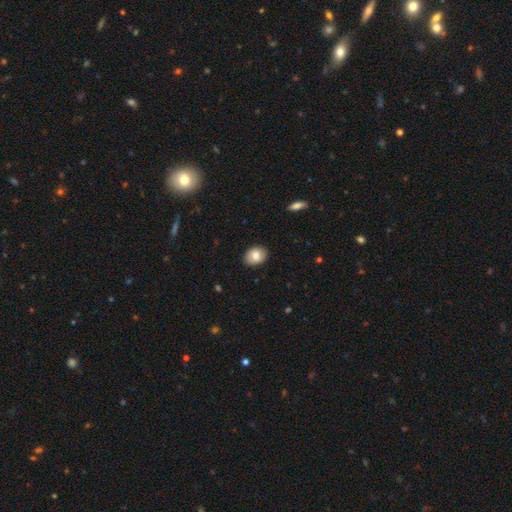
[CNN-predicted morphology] smooth-or-featured: smooth: 80% | featured or disk: 12% | star or artifact: 8%
  how-rounded: in between: 62% | round: 37% | cigar-shaped: 1%
  merging: none: 88% | minor disturbance: 9% | major disturbance: 2% | merger: 1%